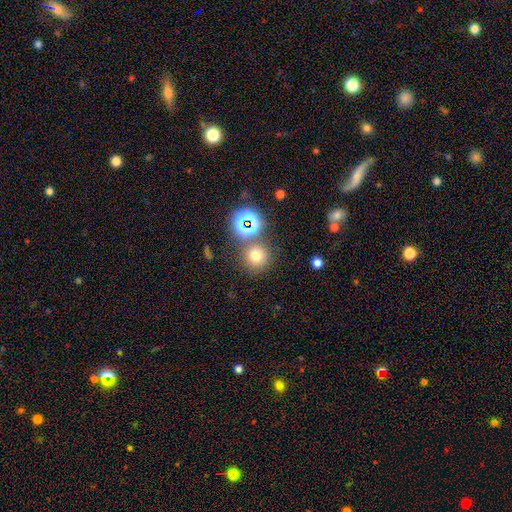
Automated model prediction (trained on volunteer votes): smooth_or_featured: smooth (p=0.69) [alt: star or artifact p=0.23]
how_rounded: round (p=0.93) [alt: in between p=0.06]
merging: none (p=0.75) [alt: merger p=0.13]